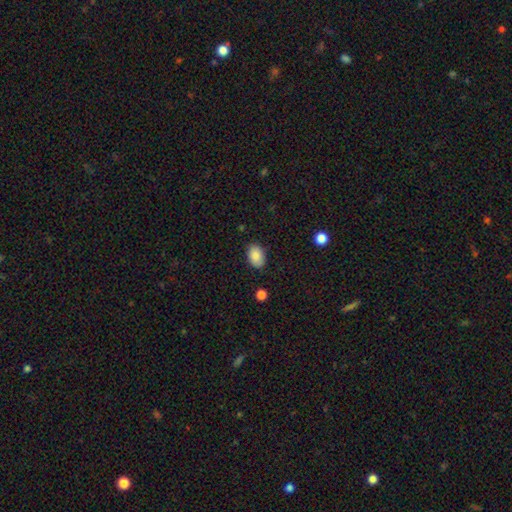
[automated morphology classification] A smooth galaxy with no disk features (86%) that is in between round and cigar-shaped (86%).

Vote fractions:
- Smooth or featured? smooth: 86% / star or artifact: 7% / featured or disk: 7%
- How rounded? in between: 86% / round: 13% / cigar-shaped: 1%
- Merging? none: 85% / minor disturbance: 11% / major disturbance: 2% / merger: 1%